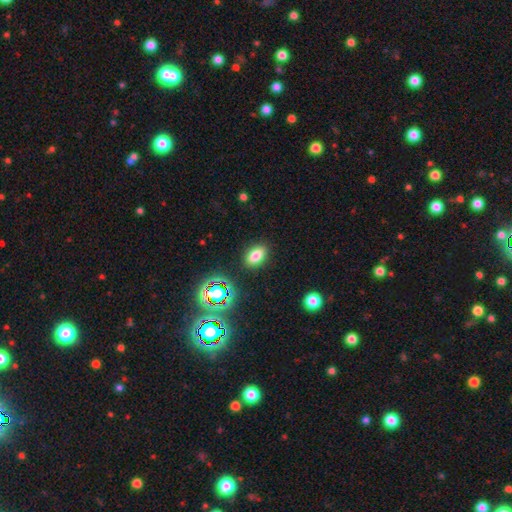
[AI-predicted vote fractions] Q: Smooth or featured?
A: smooth (76%); runner-up: star or artifact (15%)
Q: How rounded?
A: in between (86%); runner-up: round (10%)
Q: Merging?
A: none (88%); runner-up: minor disturbance (8%)